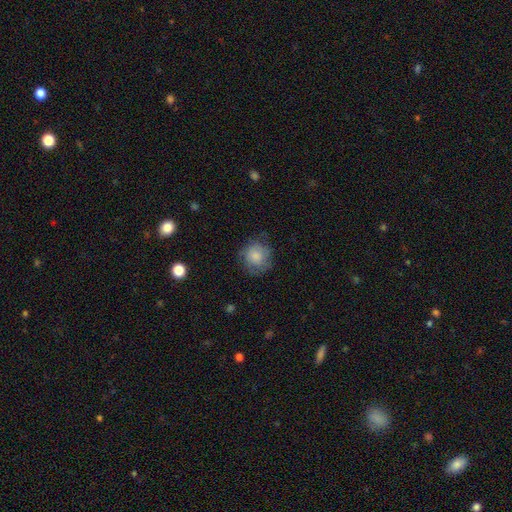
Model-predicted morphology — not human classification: The model was most divided on "merging": none: 69%, minor disturbance: 21%, major disturbance: 9%, merger: 1%. More confident: how rounded — round (84%); smooth or featured — smooth (75%).